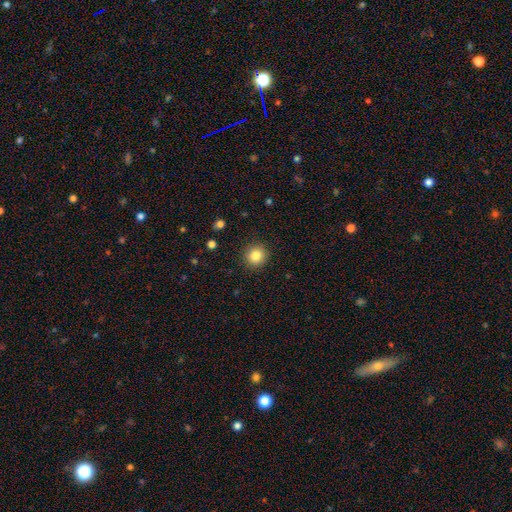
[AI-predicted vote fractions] A smooth galaxy with no disk features (84%) that is round (92%). Merging: none (91%).